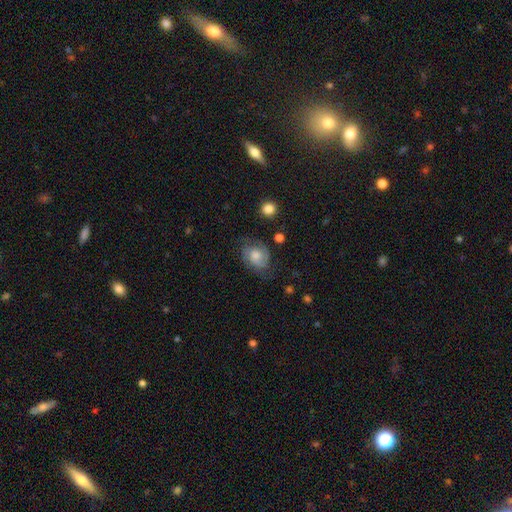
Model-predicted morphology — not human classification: This is likely a featured or disk galaxy (67%). It is clearly not viewed edge-on (97%). Bar: likely no (70%). Spiral arm pattern: clearly yes (93%). Spiral arm count: likely 2 (73%). Spiral winding: marginally tight (45%). Central bulge: possibly moderate (56%). Merging: likely none (70%).